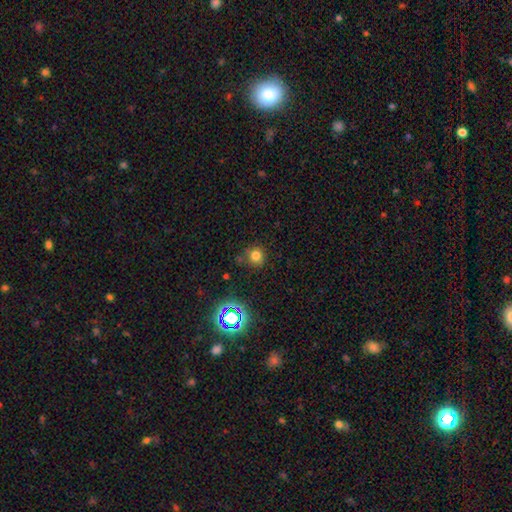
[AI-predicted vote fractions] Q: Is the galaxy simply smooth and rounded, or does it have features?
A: smooth — 74%.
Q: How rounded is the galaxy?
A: round — 89%.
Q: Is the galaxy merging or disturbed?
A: none — 74%.